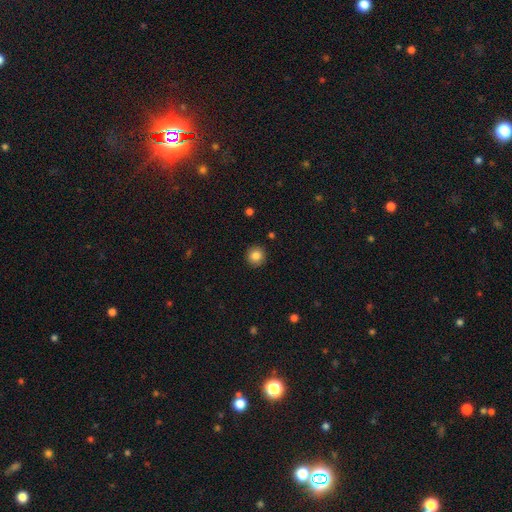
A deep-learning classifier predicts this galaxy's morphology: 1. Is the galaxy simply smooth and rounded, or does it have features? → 85% smooth, 10% star or artifact, 6% featured or disk.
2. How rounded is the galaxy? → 93% round, 6% in between, 1% cigar-shaped.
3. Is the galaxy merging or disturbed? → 91% none, 6% minor disturbance, 2% major disturbance, 1% merger.